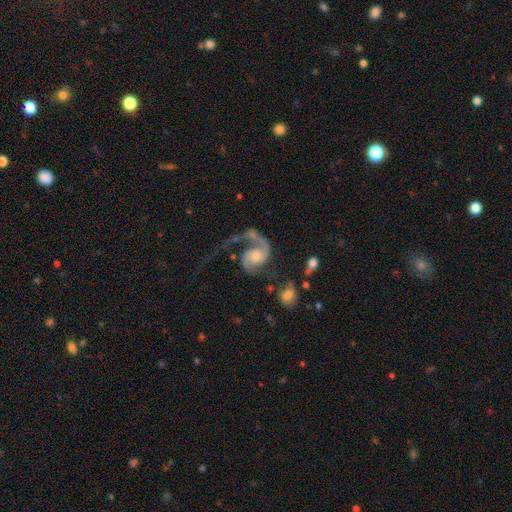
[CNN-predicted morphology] smooth_or_featured: featured or disk (p=0.87) [alt: smooth p=0.08]
disk_edge_on: no (p=0.98) [alt: yes p=0.02]
bar: no (p=0.65) [alt: weak p=0.28]
has_spiral_arms: yes (p=0.96) [alt: no p=0.04]
spiral_winding: loose (p=0.48) [alt: medium p=0.41]
spiral_arm_count: 2 (p=0.65) [alt: 1 p=0.30]
bulge_size: moderate (p=0.47) [alt: small p=0.37]
merging: none (p=0.39) [alt: major disturbance p=0.37]